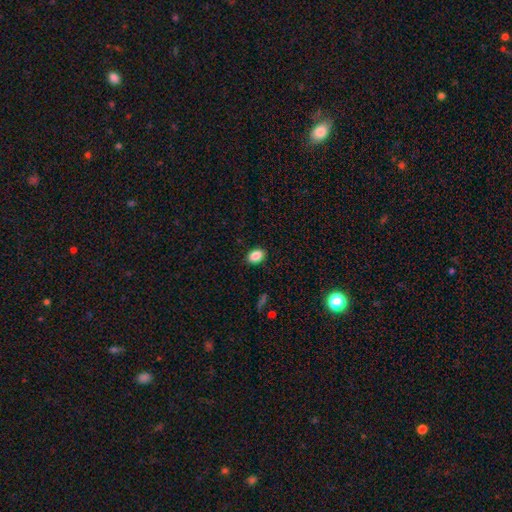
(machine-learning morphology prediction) Smooth or featured? Predicted: smooth (p=0.87). How rounded? Predicted: in between (p=0.83). Merging? Predicted: none (p=0.89).